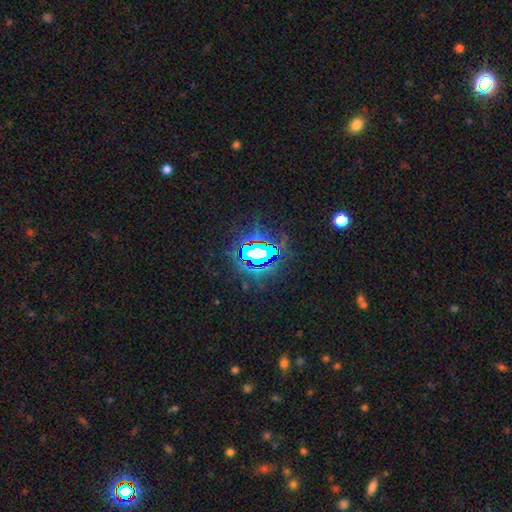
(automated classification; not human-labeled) star or artifact 83%, smooth 10%, featured or disk 8%.